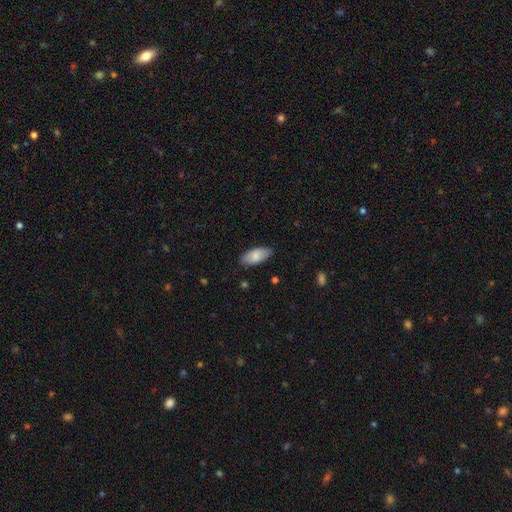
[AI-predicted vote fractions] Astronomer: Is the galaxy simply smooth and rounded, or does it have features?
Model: smooth — 82%.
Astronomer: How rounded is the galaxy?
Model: in between — 89%.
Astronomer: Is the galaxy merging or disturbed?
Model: none — 84%.